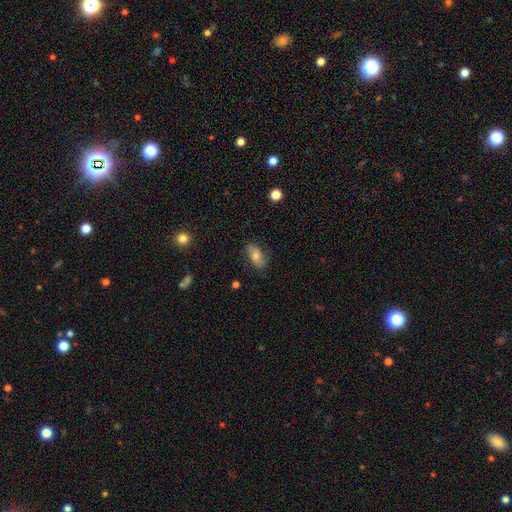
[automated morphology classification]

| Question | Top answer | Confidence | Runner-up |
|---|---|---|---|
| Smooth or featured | smooth | 50% | featured or disk (40%) |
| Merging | none | 76% | minor disturbance (17%) |